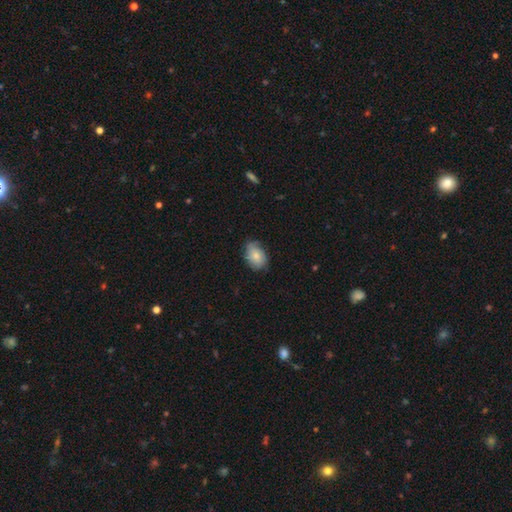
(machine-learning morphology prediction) The model was most divided on "merging": none: 65%, minor disturbance: 28%, major disturbance: 6%, merger: 1%. More confident: how rounded — in between (79%); smooth or featured — smooth (74%).